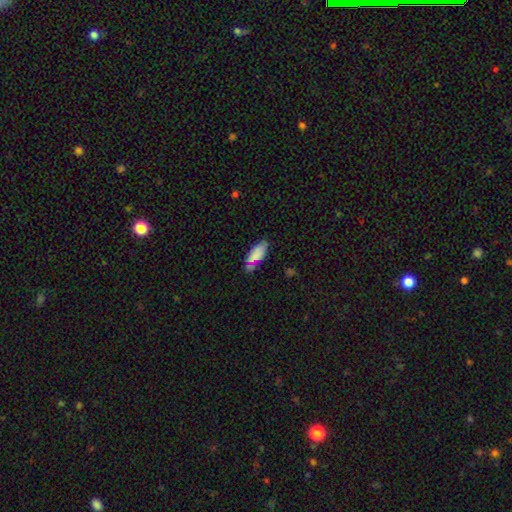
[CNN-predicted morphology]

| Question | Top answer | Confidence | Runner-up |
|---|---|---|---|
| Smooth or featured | smooth | 79% | featured or disk (11%) |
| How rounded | in between | 79% | cigar-shaped (19%) |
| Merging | none | 65% | minor disturbance (20%) |